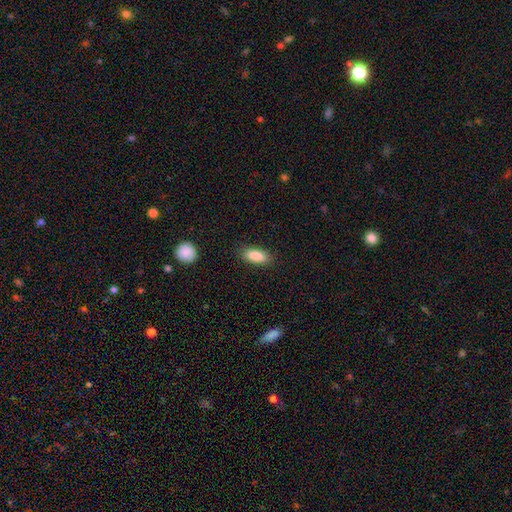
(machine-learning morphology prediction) Smooth or featured? Predicted: smooth (p=0.88). How rounded? Predicted: in between (p=0.82). Merging? Predicted: none (p=0.87).